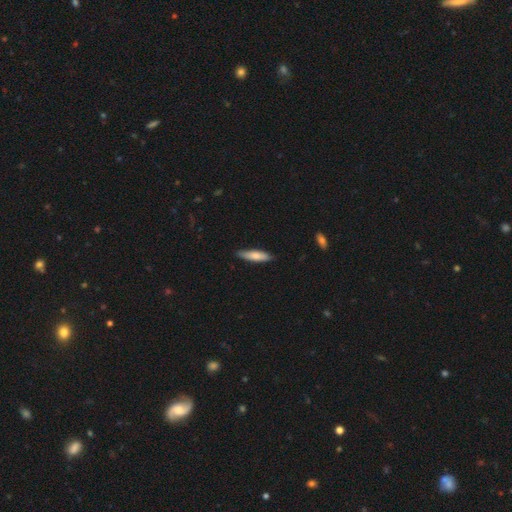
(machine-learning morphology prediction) Q: Smooth or featured?
A: smooth (75%); runner-up: featured or disk (20%)
Q: How rounded?
A: cigar-shaped (73%); runner-up: in between (26%)
Q: Merging?
A: none (86%); runner-up: minor disturbance (11%)